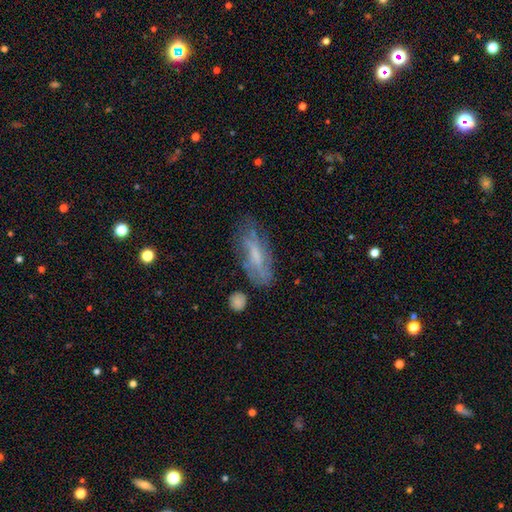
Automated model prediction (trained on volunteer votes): Morphology: type=featured or disk (46%); merging=none (64%).